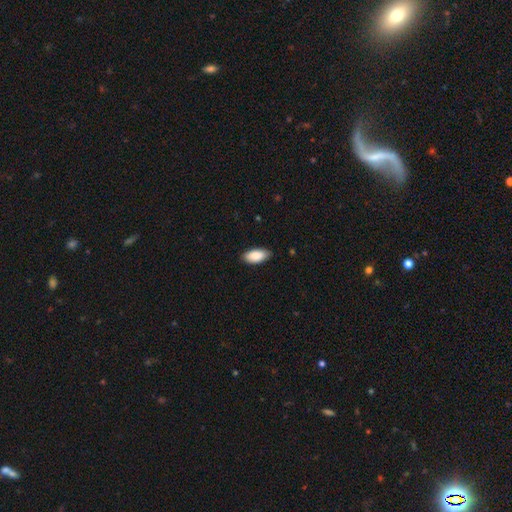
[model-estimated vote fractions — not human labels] smooth_or_featured: smooth (p=0.89) [alt: star or artifact p=0.06]
how_rounded: in between (p=0.92) [alt: cigar-shaped p=0.06]
merging: none (p=0.84) [alt: minor disturbance p=0.13]